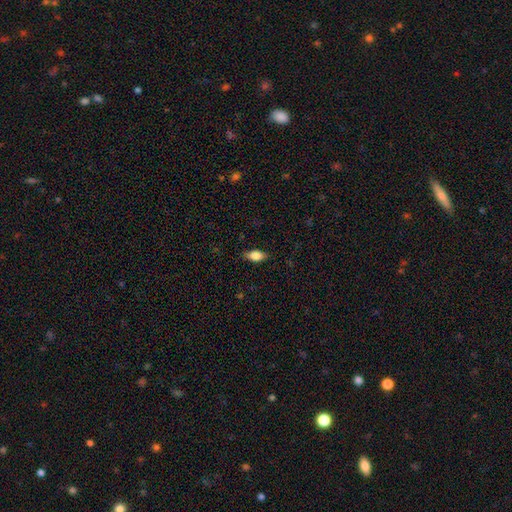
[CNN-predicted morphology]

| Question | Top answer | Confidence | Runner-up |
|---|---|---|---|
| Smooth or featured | smooth | 82% | featured or disk (11%) |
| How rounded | in between | 86% | cigar-shaped (9%) |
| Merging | none | 83% | minor disturbance (13%) |